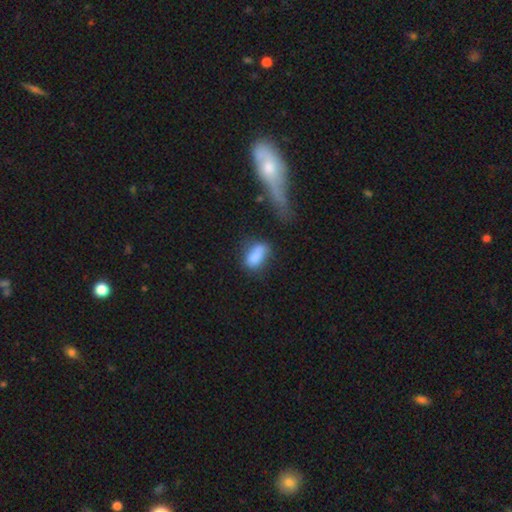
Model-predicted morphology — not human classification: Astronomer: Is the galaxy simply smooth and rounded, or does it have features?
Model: smooth — 81%.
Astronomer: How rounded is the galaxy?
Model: in between — 85%.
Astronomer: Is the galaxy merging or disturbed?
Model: none — 50% (runner-up: minor disturbance, 29%).